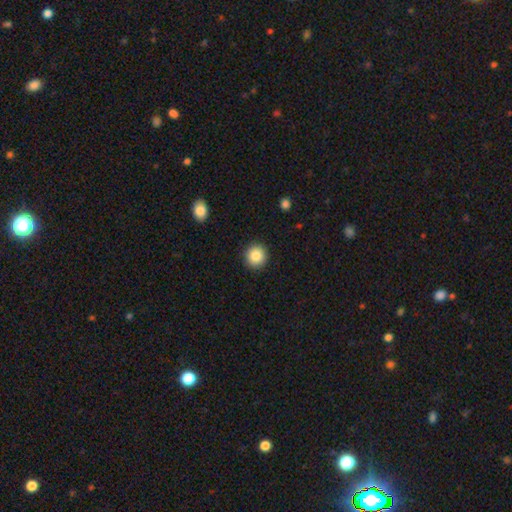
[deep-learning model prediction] The model was most divided on "smooth or featured": smooth: 87%, star or artifact: 8%, featured or disk: 5%. More confident: how rounded — round (92%); merging — none (92%).